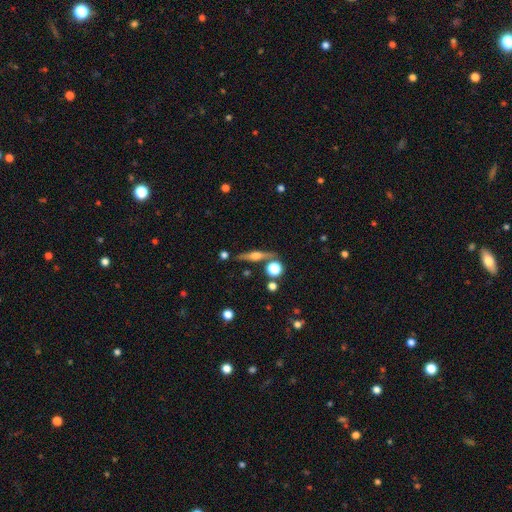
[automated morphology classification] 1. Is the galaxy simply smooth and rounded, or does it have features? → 68% featured or disk, 24% smooth, 8% star or artifact.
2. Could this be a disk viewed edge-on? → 96% yes, 4% no.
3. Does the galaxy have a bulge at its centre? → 89% rounded, 8% boxy, 3% none.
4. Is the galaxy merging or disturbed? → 81% none, 10% minor disturbance, 6% merger, 3% major disturbance.